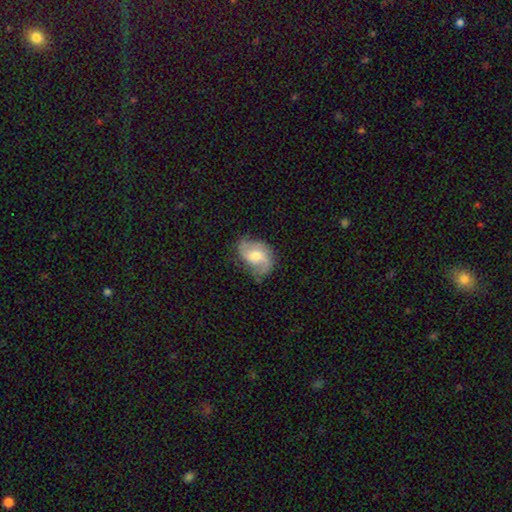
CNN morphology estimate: Smooth or featured? Predicted: featured or disk (p=0.71). Edge-on disk? Predicted: no (p=0.97). Bar? Predicted: no (p=0.51). Spiral arms? Predicted: yes (p=0.92). Spiral winding? Predicted: medium (p=0.43). Spiral arm count? Predicted: 2 (p=0.74). Bulge size? Predicted: moderate (p=0.59). Merging? Predicted: none (p=0.64).